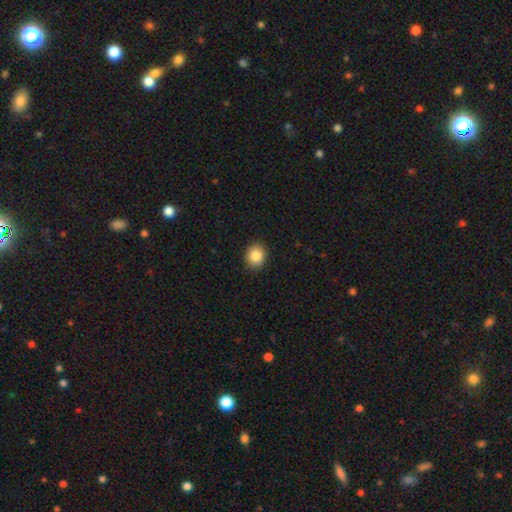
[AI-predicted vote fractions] Smooth or featured?
  - smooth: 86% *
  - star or artifact: 9%
  - featured or disk: 5%
How rounded?
  - round: 67% *
  - in between: 32%
  - cigar-shaped: 1%
Merging?
  - none: 91% *
  - minor disturbance: 7%
  - major disturbance: 2%
  - merger: 1%